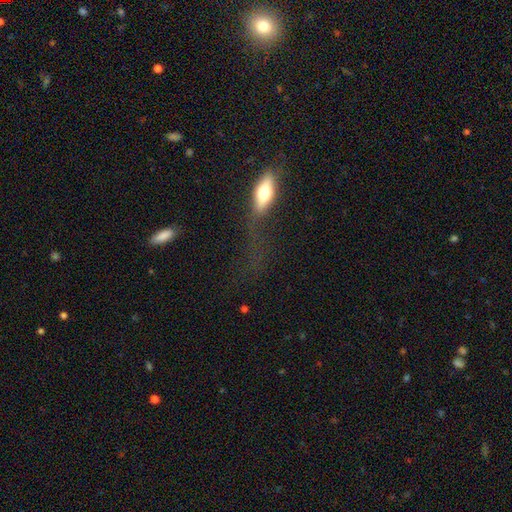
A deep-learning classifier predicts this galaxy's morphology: type=smooth (50%); merging=major disturbance (41%).